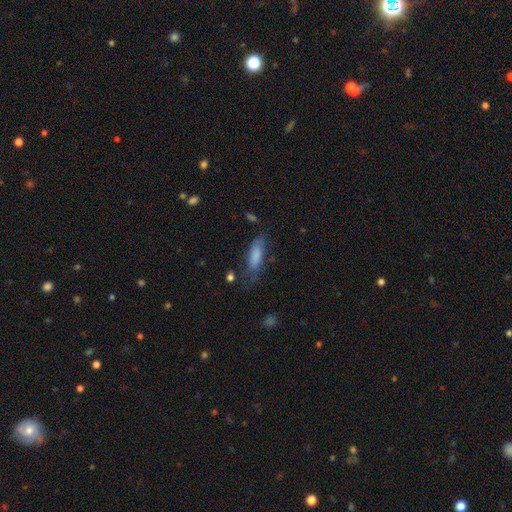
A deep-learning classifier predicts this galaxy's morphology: type=smooth (77%); roundness=in between (59%); merging=none (51%).